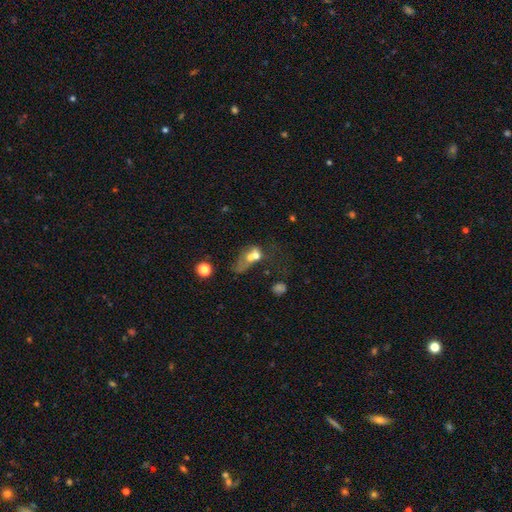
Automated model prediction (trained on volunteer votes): The model was most divided on "how rounded": in between: 56%, round: 38%, cigar-shaped: 6%. More confident: merging — merger (60%); smooth or featured — smooth (52%).